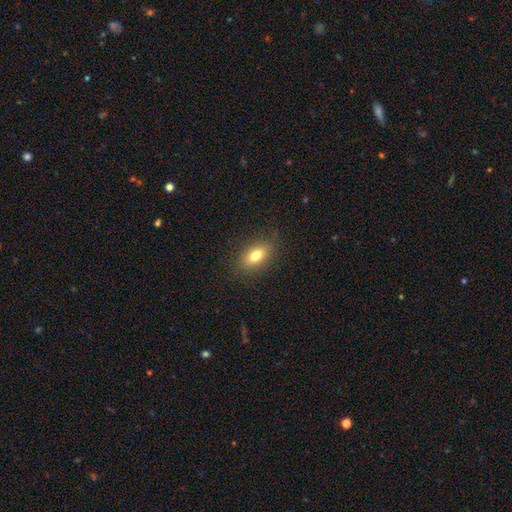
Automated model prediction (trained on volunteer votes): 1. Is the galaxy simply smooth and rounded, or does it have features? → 76% smooth, 15% featured or disk, 9% star or artifact.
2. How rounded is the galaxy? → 83% in between, 9% round, 8% cigar-shaped.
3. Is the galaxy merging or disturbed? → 85% none, 10% minor disturbance, 3% major disturbance, 1% merger.